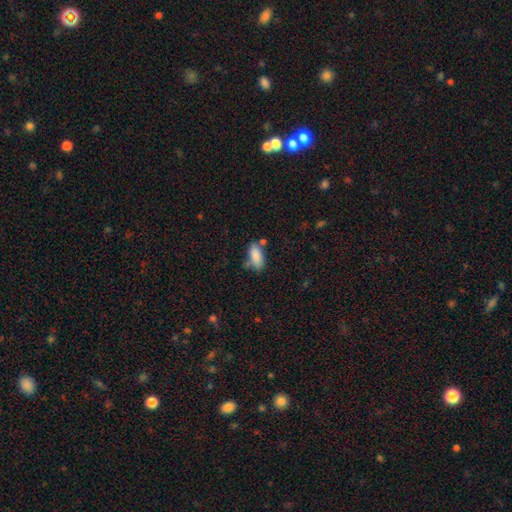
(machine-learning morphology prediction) A smooth galaxy with no disk features (86%) that is in between round and cigar-shaped (87%). Merging: none (59%).